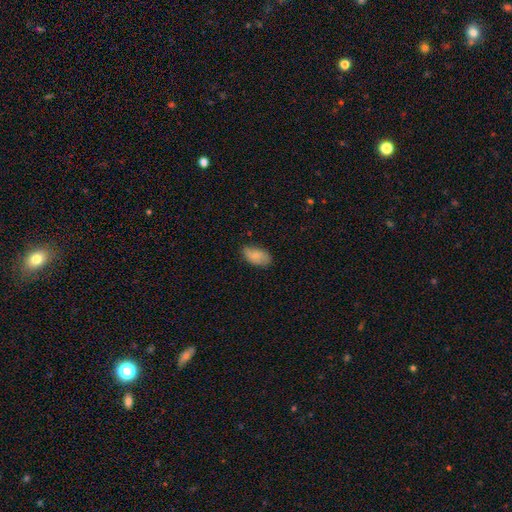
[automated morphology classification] The model was most divided on "merging": none: 69%, minor disturbance: 25%, major disturbance: 5%, merger: 1%. More confident: how rounded — in between (94%); smooth or featured — smooth (79%).